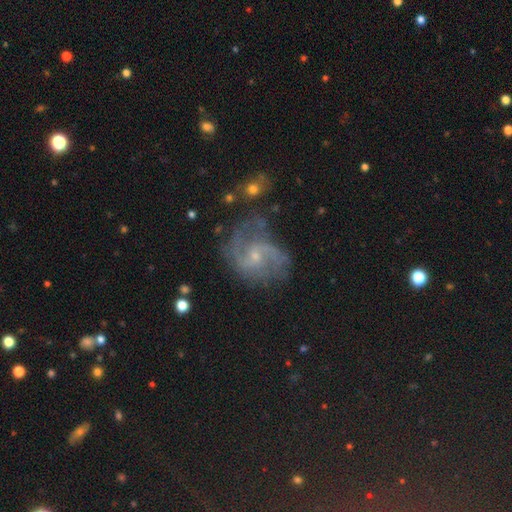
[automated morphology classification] Smooth or featured? Predicted: featured or disk (p=0.85). Edge-on disk? Predicted: no (p=0.98). Bar? Predicted: no (p=0.49). Spiral arms? Predicted: yes (p=0.95). Spiral winding? Predicted: medium (p=0.50). Spiral arm count? Predicted: 2 (p=0.72). Bulge size? Predicted: small (p=0.73). Merging? Predicted: none (p=0.61).